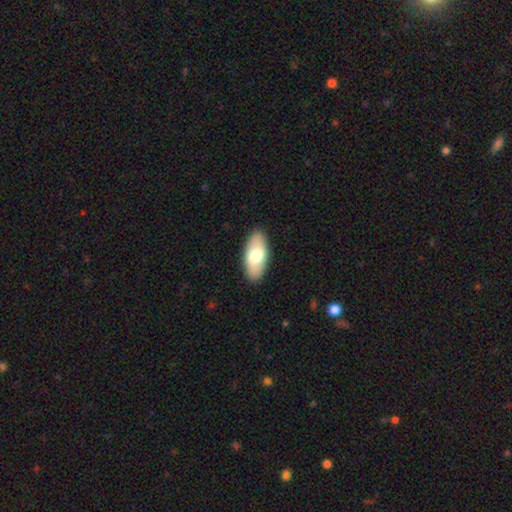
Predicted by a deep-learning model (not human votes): A smooth galaxy with no disk features (67%) that is in between round and cigar-shaped (90%). Merging: none (89%).